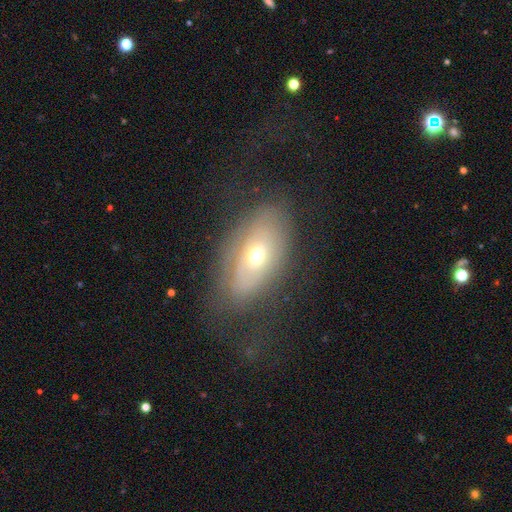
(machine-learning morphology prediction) Smooth or featured: featured or disk — 48% (smooth — 43%)
Merging: none — 59% (minor disturbance — 20%)